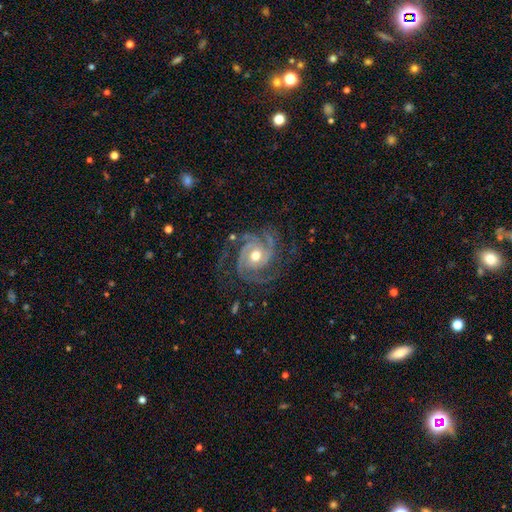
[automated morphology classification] featured or disk 92%, star or artifact 5%, smooth 4%. Down the decision tree: edge-on disk — no (98%); bar — no (72%); spiral arms — yes (98%); spiral arm count — 3 (50%); spiral winding — tight (54%); bulge size — moderate (76%); merging — none (69%).